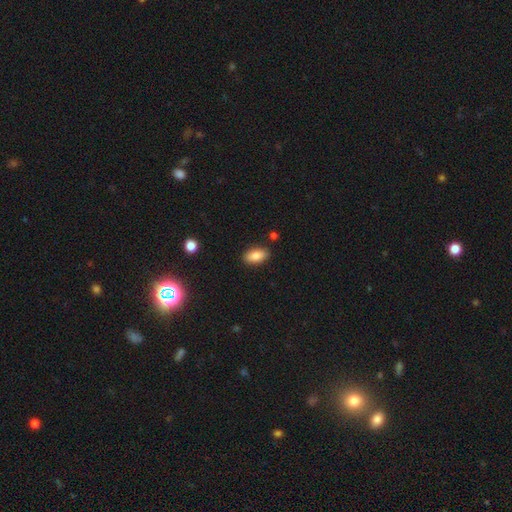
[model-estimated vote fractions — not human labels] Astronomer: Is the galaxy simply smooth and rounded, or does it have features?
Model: smooth — 84%.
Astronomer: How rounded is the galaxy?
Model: in between — 91%.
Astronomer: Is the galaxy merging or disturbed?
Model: none — 87%.